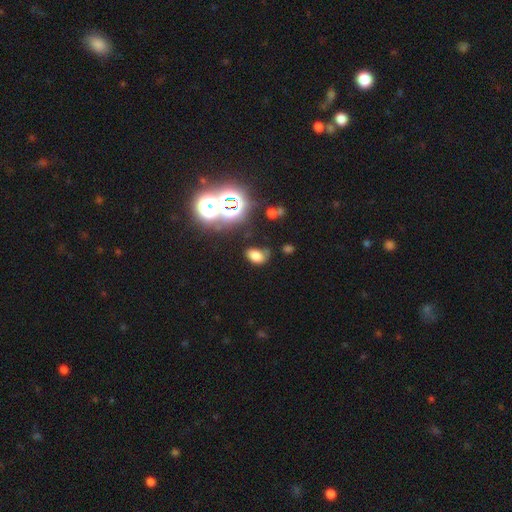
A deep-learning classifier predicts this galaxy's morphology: Smooth or featured: smooth — 68% (star or artifact — 22%)
How rounded: in between — 82% (round — 17%)
Merging: none — 61% (minor disturbance — 23%)